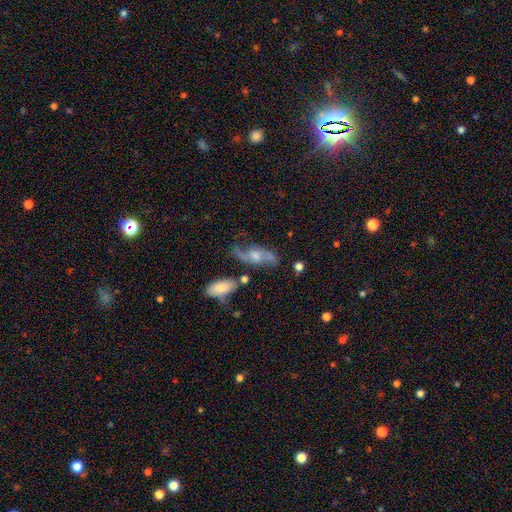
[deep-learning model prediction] featured or disk 78%, smooth 13%, star or artifact 9%. Down the decision tree: edge-on disk — no (88%); bar — no (60%); spiral arms — yes (92%); spiral arm count — 2 (89%); spiral winding — loose (64%); bulge size — moderate (56%); merging — none (64%).